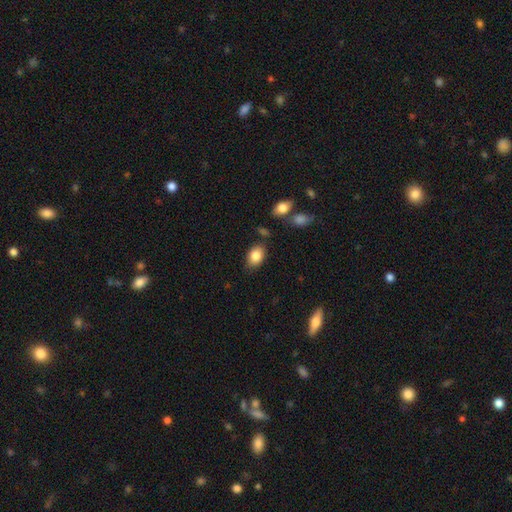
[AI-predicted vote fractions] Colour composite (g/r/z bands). It shows a smooth galaxy with no disk features (85%) that is in between round and cigar-shaped (81%). Merging: none (80%).